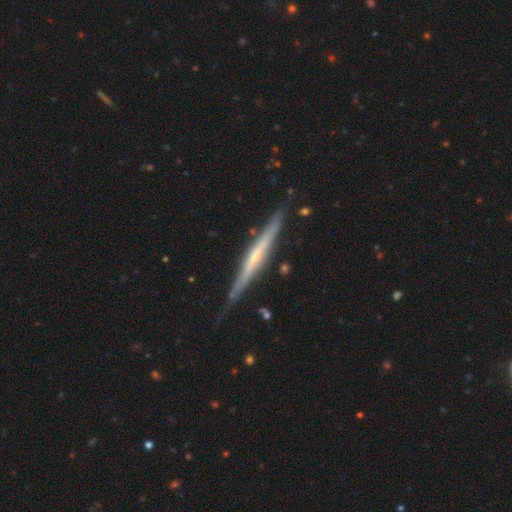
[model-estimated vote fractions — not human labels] A featured or disk galaxy (75%) viewed edge-on (97%) with no central bulge (46%).

Vote fractions:
- Smooth or featured? featured or disk: 75% / smooth: 20% / star or artifact: 5%
- Edge-on disk? yes: 97% / no: 3%
- Edge-on bulge? none: 46% / rounded: 45% / boxy: 8%
- Merging? none: 80% / minor disturbance: 16% / major disturbance: 3% / merger: 2%